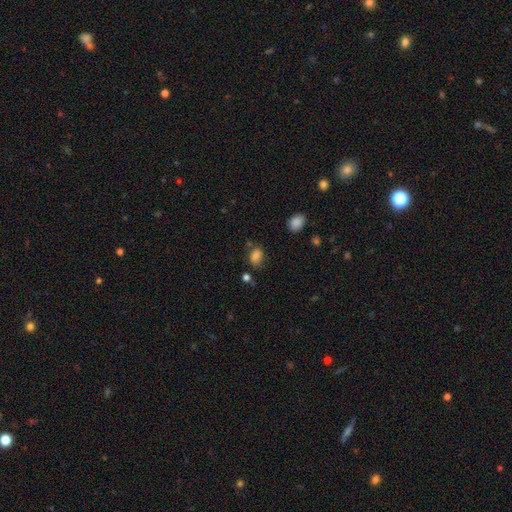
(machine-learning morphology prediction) Q: Smooth or featured?
A: smooth (80%); runner-up: star or artifact (12%)
Q: How rounded?
A: in between (72%); runner-up: round (26%)
Q: Merging?
A: none (65%); runner-up: minor disturbance (21%)